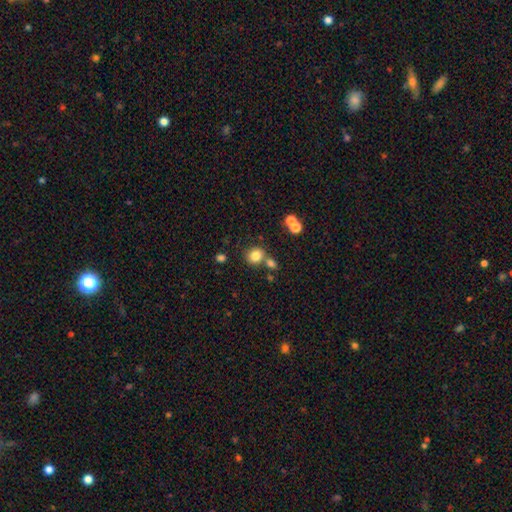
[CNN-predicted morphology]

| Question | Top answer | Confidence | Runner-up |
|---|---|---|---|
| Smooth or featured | smooth | 81% | star or artifact (12%) |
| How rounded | round | 81% | in between (18%) |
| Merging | none | 66% | merger (20%) |